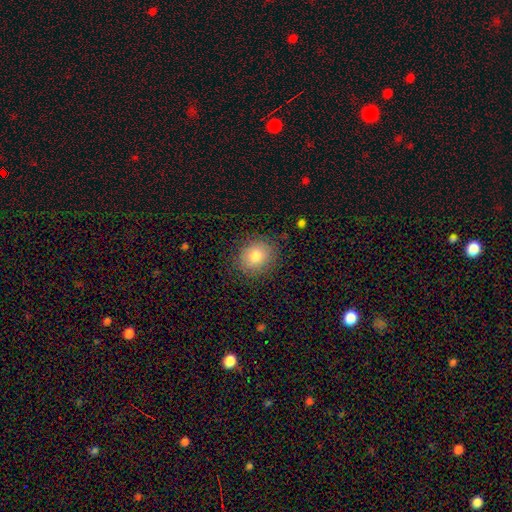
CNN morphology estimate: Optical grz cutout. It shows a smooth galaxy with no disk features (81%) that is round (71%). Merging: none (85%).